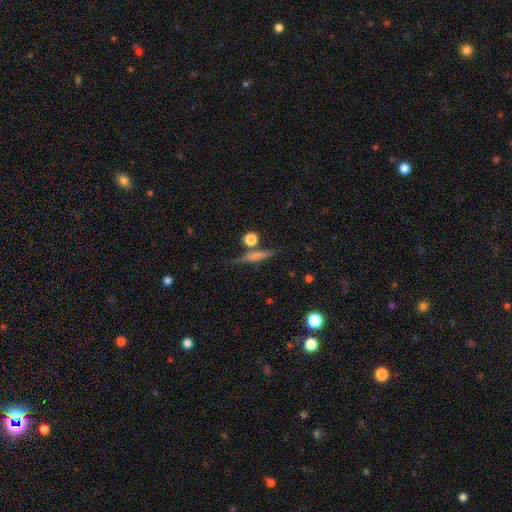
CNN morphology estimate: This appears to be a featured or disk galaxy (64%) viewed edge-on (96%) with a rounded central bulge (62%). Merging: none (80%).